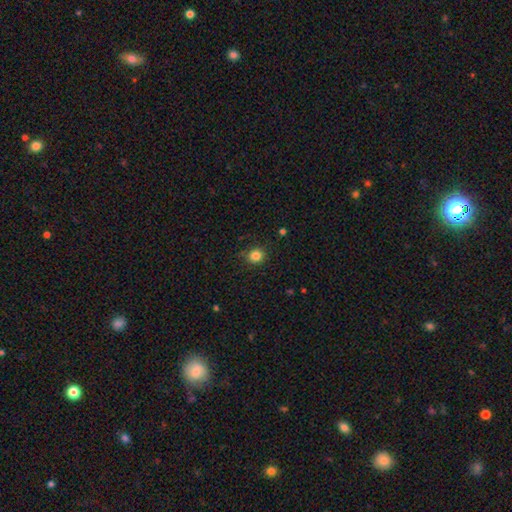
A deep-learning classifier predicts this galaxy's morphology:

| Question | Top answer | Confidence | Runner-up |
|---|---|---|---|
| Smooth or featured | smooth | 84% | star or artifact (12%) |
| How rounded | round | 83% | in between (16%) |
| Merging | none | 86% | minor disturbance (10%) |